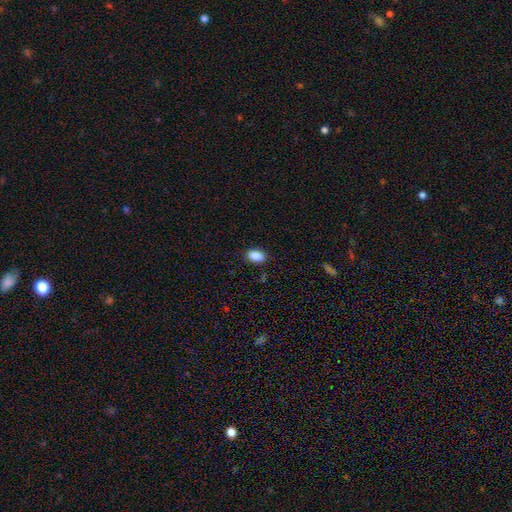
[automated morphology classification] Q: Smooth or featured?
A: smooth (88%); runner-up: star or artifact (8%)
Q: How rounded?
A: in between (90%); runner-up: round (8%)
Q: Merging?
A: none (86%); runner-up: minor disturbance (10%)